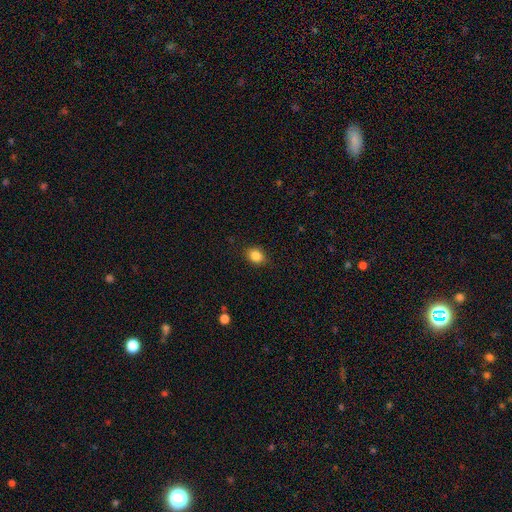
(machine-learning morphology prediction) A smooth galaxy with no disk features (86%) that is round (52%). Merging: none (87%).